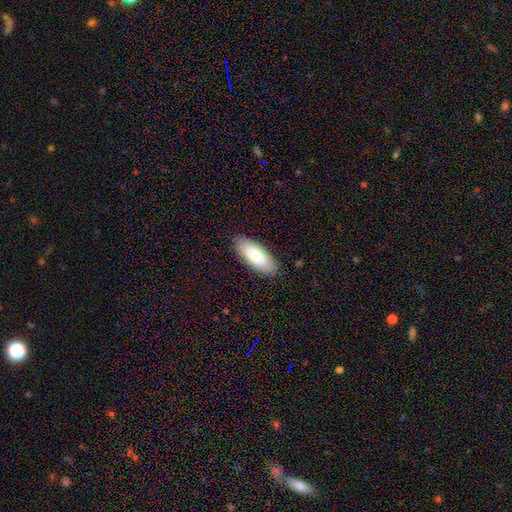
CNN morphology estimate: A smooth galaxy with no disk features (81%) that is in between round and cigar-shaped (80%).

Vote fractions:
- Smooth or featured? smooth: 81% / featured or disk: 14% / star or artifact: 6%
- How rounded? in between: 80% / cigar-shaped: 18% / round: 2%
- Merging? none: 88% / minor disturbance: 9% / major disturbance: 2% / merger: 1%